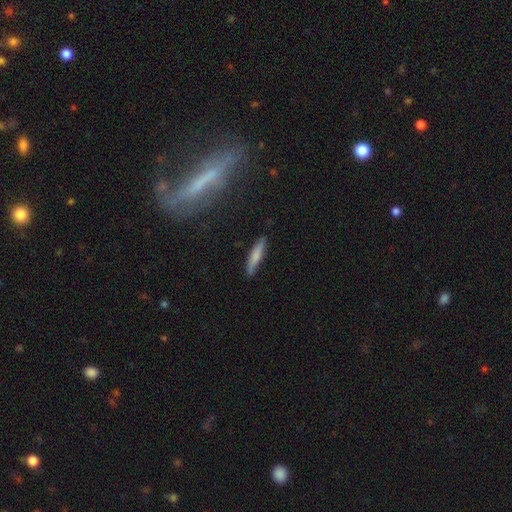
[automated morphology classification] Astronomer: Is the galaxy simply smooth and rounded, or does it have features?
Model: smooth — 73%.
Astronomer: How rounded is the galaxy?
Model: cigar-shaped — 87%.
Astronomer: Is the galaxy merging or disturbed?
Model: none — 82%.